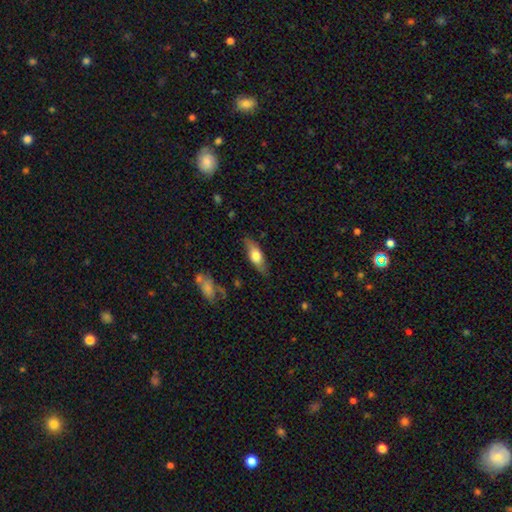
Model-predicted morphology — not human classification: Smooth or featured: smooth — 64% (featured or disk — 30%)
How rounded: in between — 63% (cigar-shaped — 34%)
Merging: none — 82% (minor disturbance — 14%)